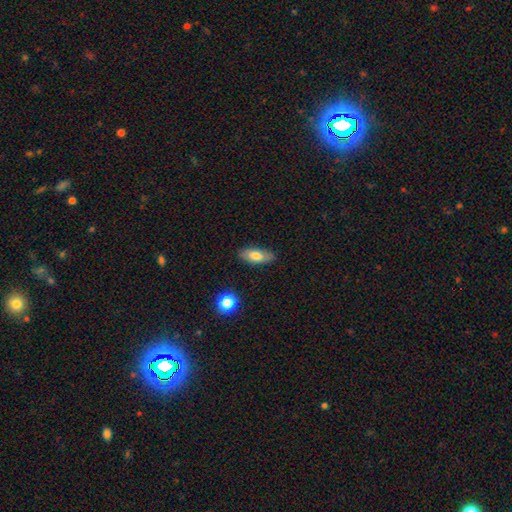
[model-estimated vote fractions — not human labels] A smooth galaxy with no disk features (74%) that is in between round and cigar-shaped (82%).

Vote fractions:
- Smooth or featured? smooth: 74% / featured or disk: 18% / star or artifact: 7%
- How rounded? in between: 82% / cigar-shaped: 15% / round: 3%
- Merging? none: 85% / minor disturbance: 11% / major disturbance: 2% / merger: 2%